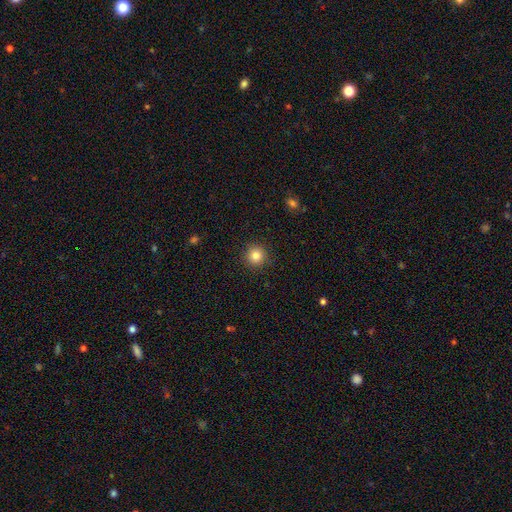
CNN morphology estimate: smooth 84%, star or artifact 11%, featured or disk 5%. Down the decision tree: how rounded — round (95%); merging — none (92%).